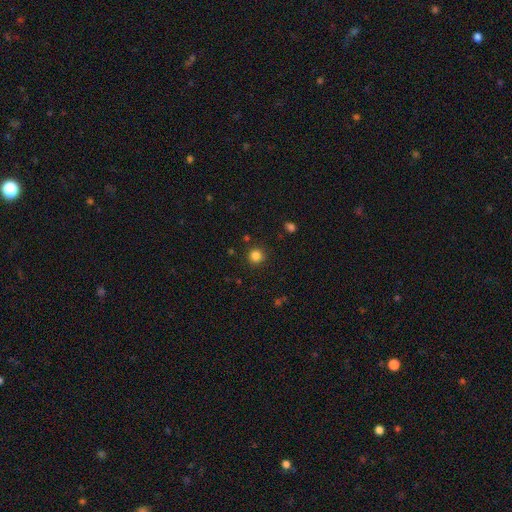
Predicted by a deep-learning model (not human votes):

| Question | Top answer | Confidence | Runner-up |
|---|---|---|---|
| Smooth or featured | smooth | 83% | star or artifact (13%) |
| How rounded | round | 94% | in between (5%) |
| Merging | none | 90% | minor disturbance (6%) |